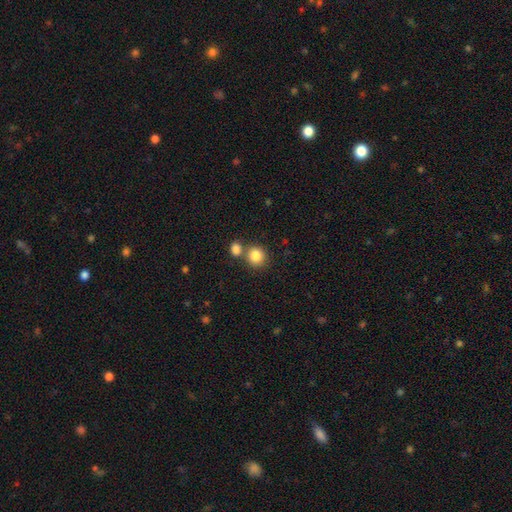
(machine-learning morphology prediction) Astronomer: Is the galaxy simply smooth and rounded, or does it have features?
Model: smooth — 84%.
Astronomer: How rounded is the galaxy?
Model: round — 85%.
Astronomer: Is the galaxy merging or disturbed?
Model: none — 61%.